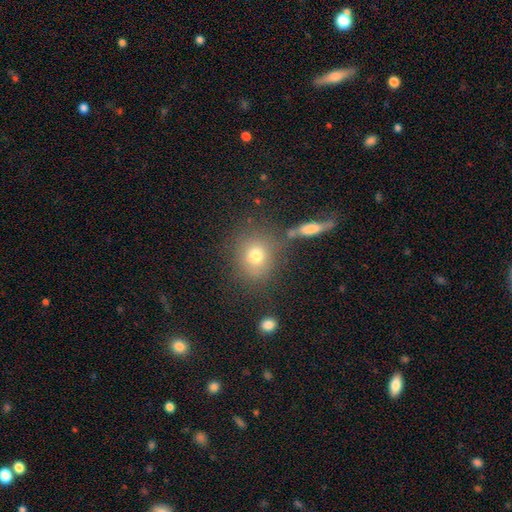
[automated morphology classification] type=smooth (74%); roundness=round (77%); merging=none (74%).